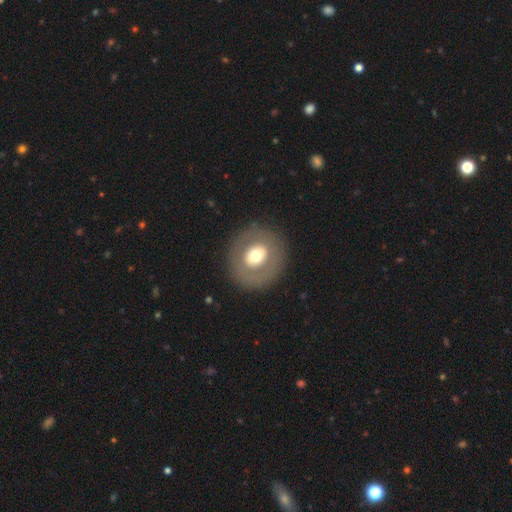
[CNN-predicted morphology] type=smooth (52%); roundness=round (81%); merging=none (85%).